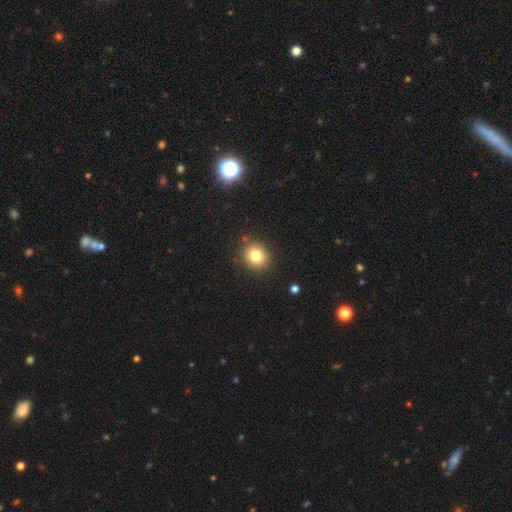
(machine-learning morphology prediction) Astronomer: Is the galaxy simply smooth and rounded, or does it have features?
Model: smooth — 80%.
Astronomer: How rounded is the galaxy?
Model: round — 79%.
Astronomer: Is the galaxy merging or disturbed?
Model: none — 86%.